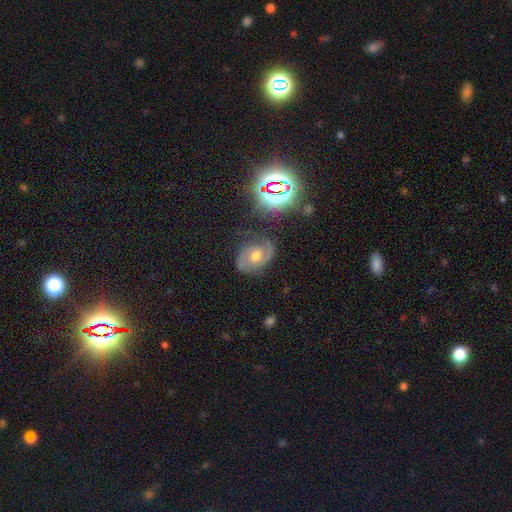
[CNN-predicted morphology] Overall: featured or disk (76%). Edge-on disk: no (97%). Bar: no (54%; weak 37%). Spiral arms: yes (93%). Spiral arm count: 2 (86%). Spiral winding: medium (50%; tight 38%). Bulge size: moderate (72%). Merging: none (74%).